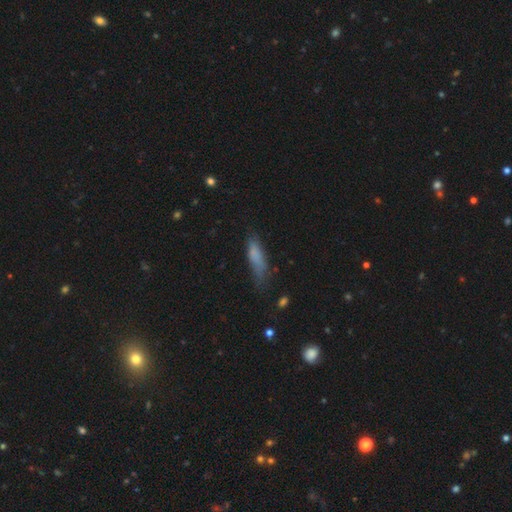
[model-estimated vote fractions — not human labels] Smooth or featured: smooth — 78% (featured or disk — 13%)
How rounded: cigar-shaped — 60% (in between — 38%)
Merging: none — 54% (minor disturbance — 31%)